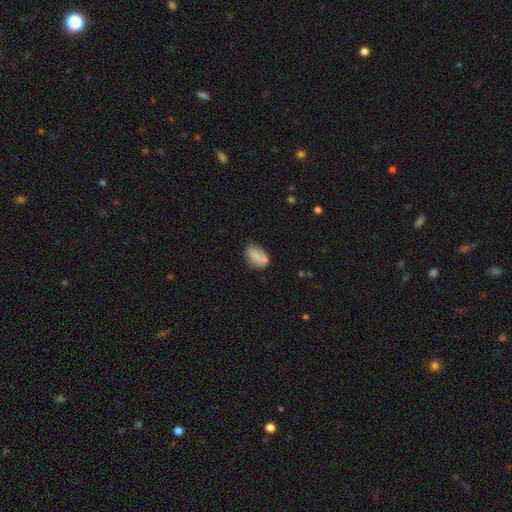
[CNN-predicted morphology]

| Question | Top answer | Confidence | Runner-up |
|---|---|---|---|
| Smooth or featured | smooth | 75% | featured or disk (16%) |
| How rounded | in between | 83% | round (15%) |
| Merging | none | 56% | minor disturbance (24%) |